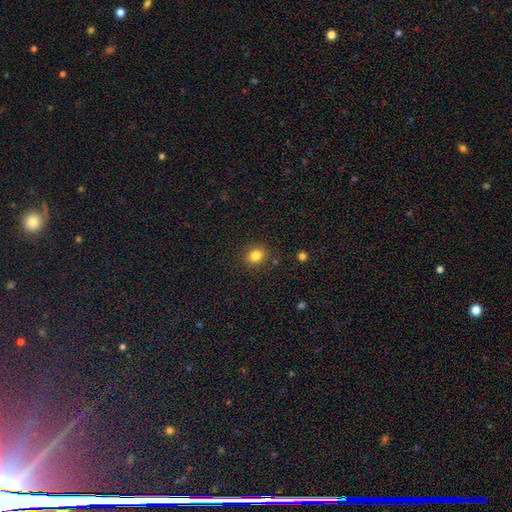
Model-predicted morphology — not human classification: smooth 83%, star or artifact 12%, featured or disk 6%. Down the decision tree: how rounded — round (64%); merging — none (88%).